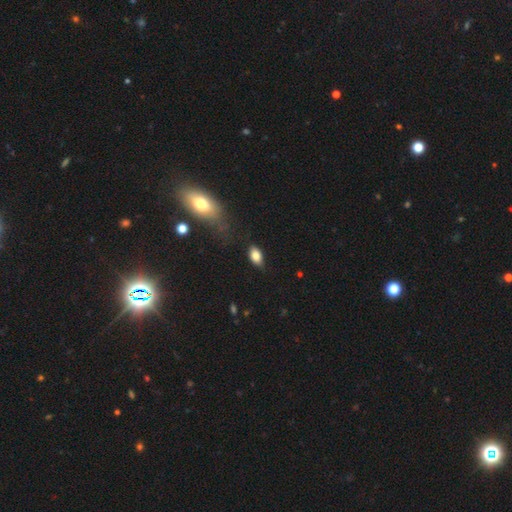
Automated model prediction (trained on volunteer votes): smooth_or_featured: smooth (p=0.83) [alt: featured or disk p=0.09]
how_rounded: in between (p=0.89) [alt: round p=0.09]
merging: none (p=0.78) [alt: minor disturbance p=0.16]